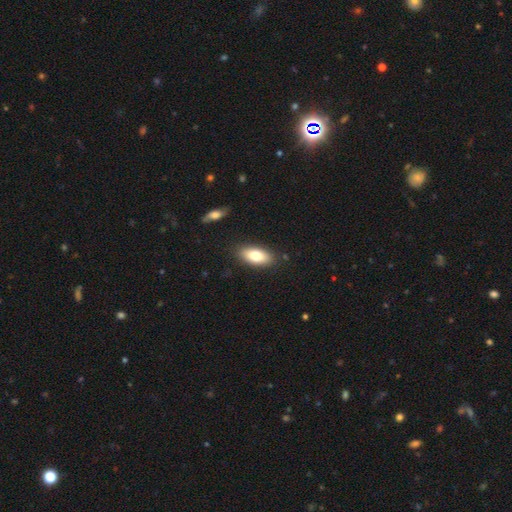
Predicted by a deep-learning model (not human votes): Q: Smooth or featured?
A: smooth (78%); runner-up: featured or disk (15%)
Q: How rounded?
A: in between (88%); runner-up: cigar-shaped (9%)
Q: Merging?
A: none (86%); runner-up: minor disturbance (10%)